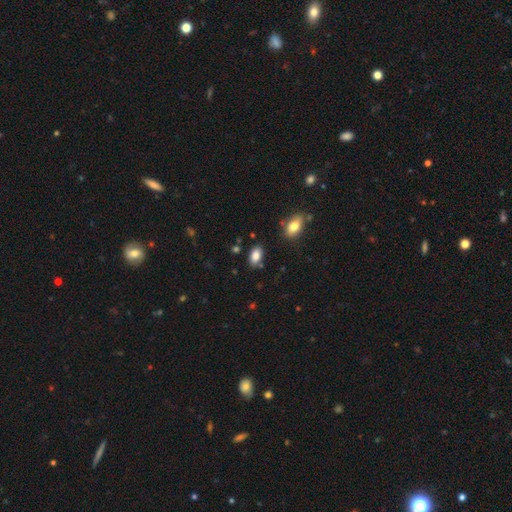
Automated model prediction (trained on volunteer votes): A smooth galaxy with no disk features (85%) that is in between round and cigar-shaped (92%).

Vote fractions:
- Smooth or featured? smooth: 85% / star or artifact: 8% / featured or disk: 7%
- How rounded? in between: 92% / round: 6% / cigar-shaped: 2%
- Merging? none: 82% / minor disturbance: 12% / merger: 4% / major disturbance: 3%